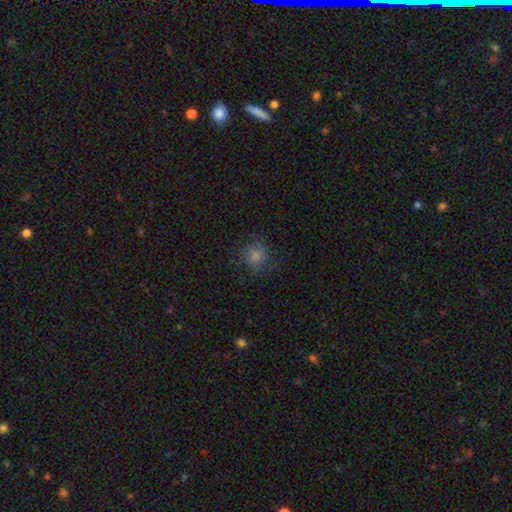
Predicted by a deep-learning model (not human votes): This is likely a smooth galaxy (64%). How rounded: clearly round (88%). Merging: likely none (78%).